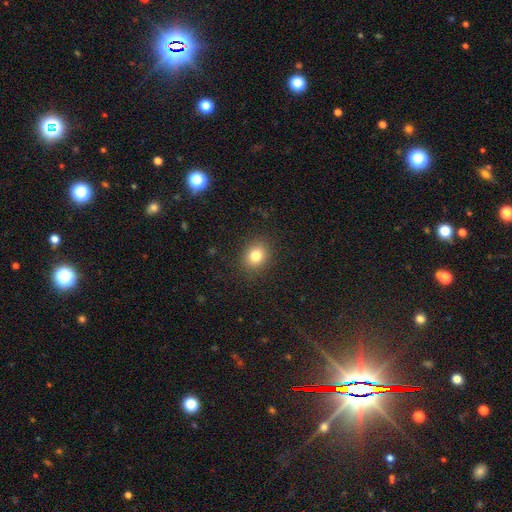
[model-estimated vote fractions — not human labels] This is clearly a smooth galaxy (81%). How rounded: likely round (67%). Merging: clearly none (88%).